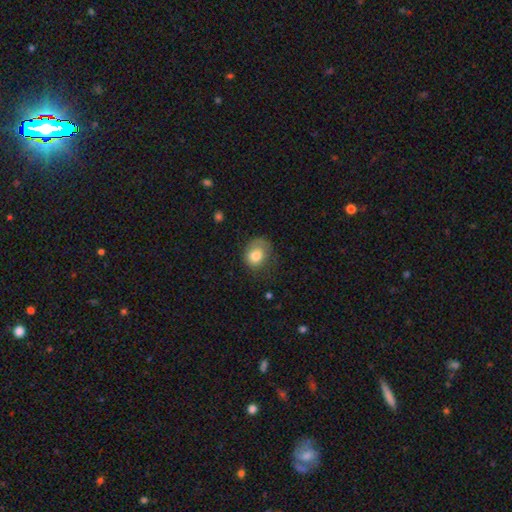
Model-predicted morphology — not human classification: This is likely a smooth galaxy (78%). How rounded: possibly round (55%). Merging: possibly none (49%).